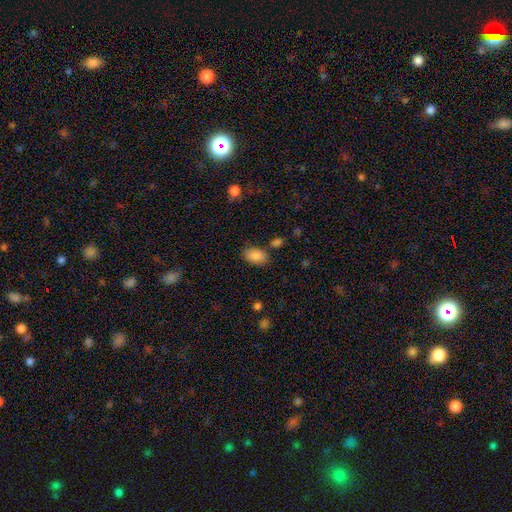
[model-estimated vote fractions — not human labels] Smooth or featured? smooth (87%)
How rounded? in between (90%)
Merging? none (78%)